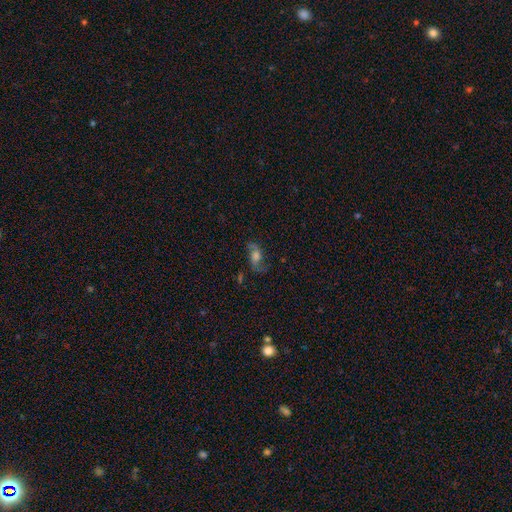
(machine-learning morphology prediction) Smooth or featured: featured or disk — 62% (smooth — 24%)
Edge-on disk: no — 89% (yes — 11%)
Bar: no — 58% (weak — 33%)
Spiral arms: yes — 88% (no — 12%)
Bulge size: large — 38% (moderate — 35%)
Merging: none — 66% (minor disturbance — 18%)